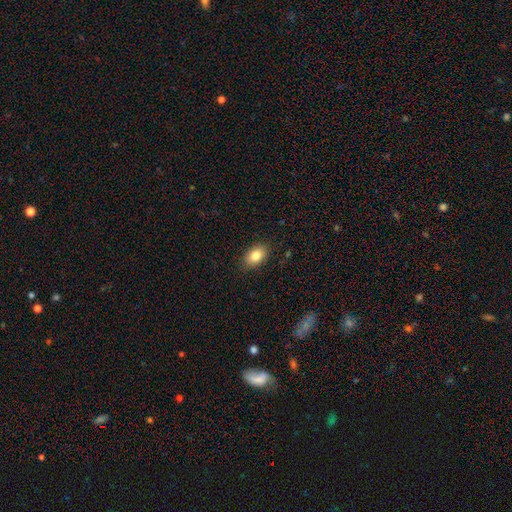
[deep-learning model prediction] Smooth or featured: smooth — 84% (star or artifact — 8%)
How rounded: in between — 85% (round — 14%)
Merging: none — 88% (minor disturbance — 9%)